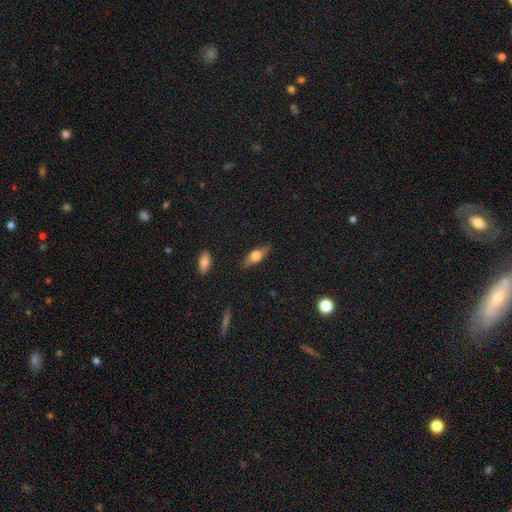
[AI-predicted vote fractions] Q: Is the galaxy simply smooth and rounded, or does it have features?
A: smooth — 53%.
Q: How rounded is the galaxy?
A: in between — 62%.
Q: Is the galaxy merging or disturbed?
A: none — 82%.